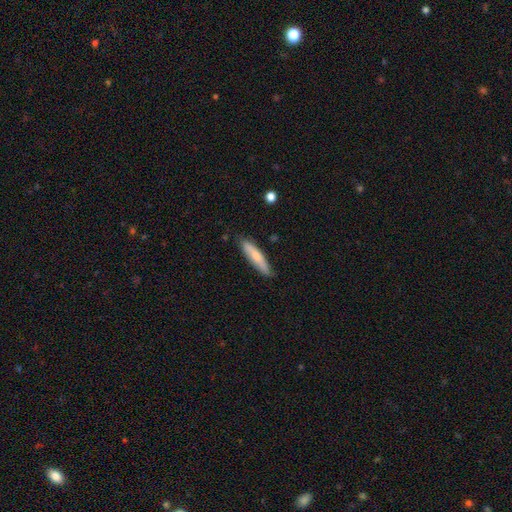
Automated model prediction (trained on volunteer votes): Q: Smooth or featured?
A: smooth (69%); runner-up: featured or disk (25%)
Q: How rounded?
A: cigar-shaped (80%); runner-up: in between (19%)
Q: Merging?
A: none (81%); runner-up: minor disturbance (15%)